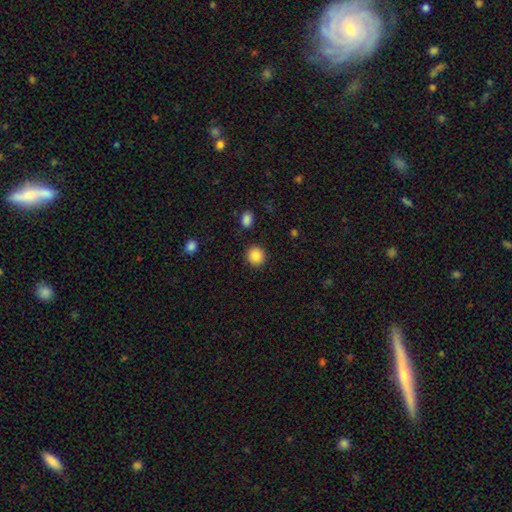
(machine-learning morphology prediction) This appears to be a smooth galaxy with no disk features (87%) that is round (90%). Merging: none (90%).